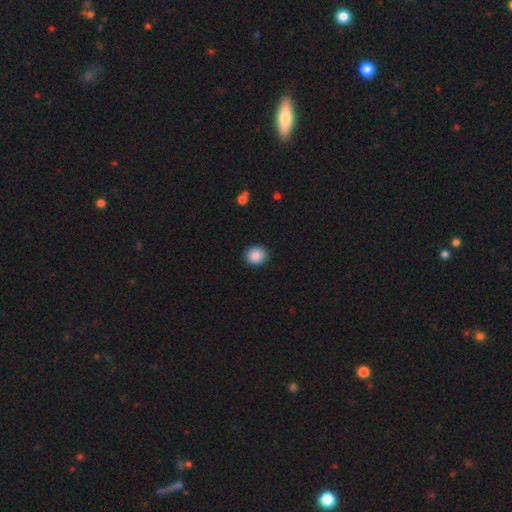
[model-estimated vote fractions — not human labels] A smooth galaxy with no disk features (88%) that is round (77%).

Vote fractions:
- Smooth or featured? smooth: 88% / star or artifact: 8% / featured or disk: 4%
- How rounded? round: 77% / in between: 22% / cigar-shaped: 1%
- Merging? none: 90% / minor disturbance: 7% / major disturbance: 2% / merger: 1%